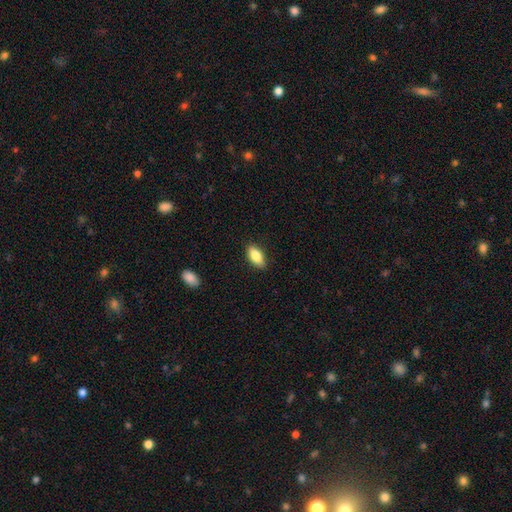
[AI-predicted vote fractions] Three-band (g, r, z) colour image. It shows a smooth galaxy with no disk features (85%) that is in between round and cigar-shaped (88%). Merging: none (87%).